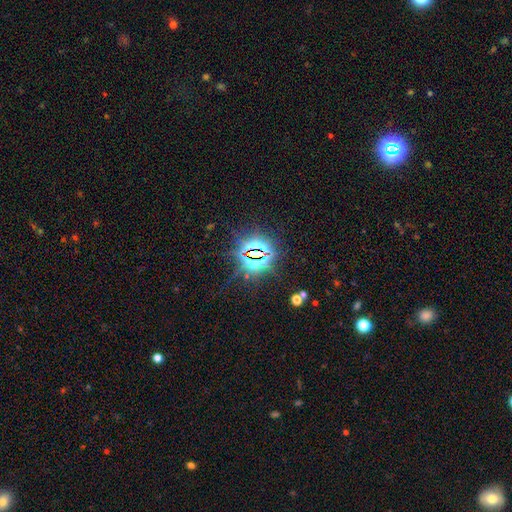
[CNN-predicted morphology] The model was most divided on "smooth or featured": star or artifact: 82%, smooth: 10%, featured or disk: 8%.